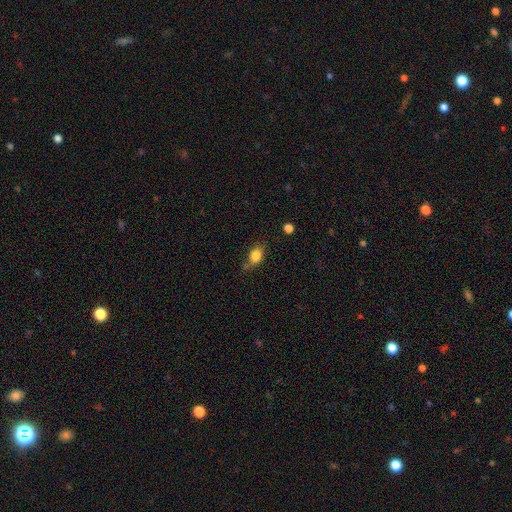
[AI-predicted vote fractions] smooth 82%, star or artifact 9%, featured or disk 8%. Down the decision tree: how rounded — in between (69%); merging — none (57%).